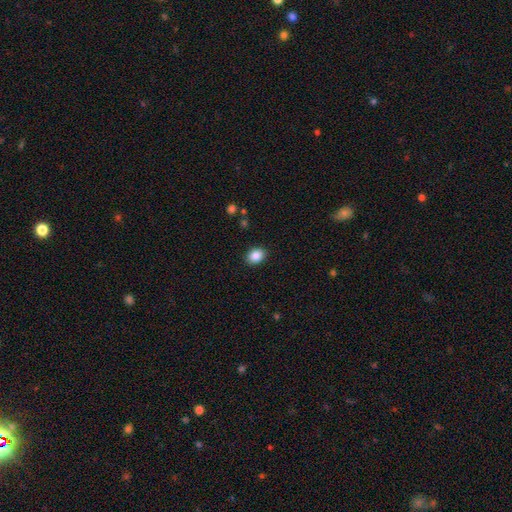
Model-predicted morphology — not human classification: The model was most divided on "how rounded": in between: 62%, round: 37%, cigar-shaped: 1%. More confident: merging — none (89%); smooth or featured — smooth (88%).